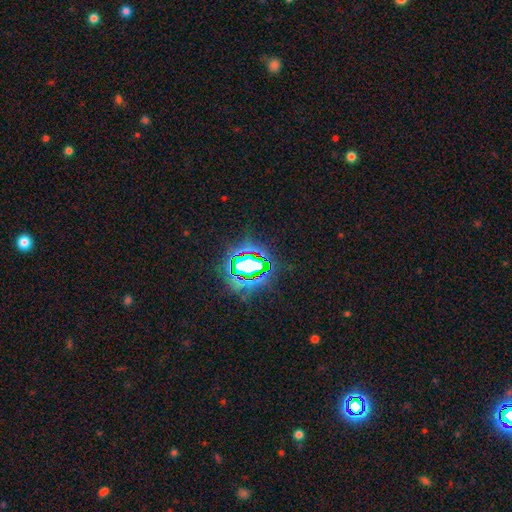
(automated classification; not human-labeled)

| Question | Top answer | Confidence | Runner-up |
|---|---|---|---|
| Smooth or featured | star or artifact | 74% | smooth (15%) |